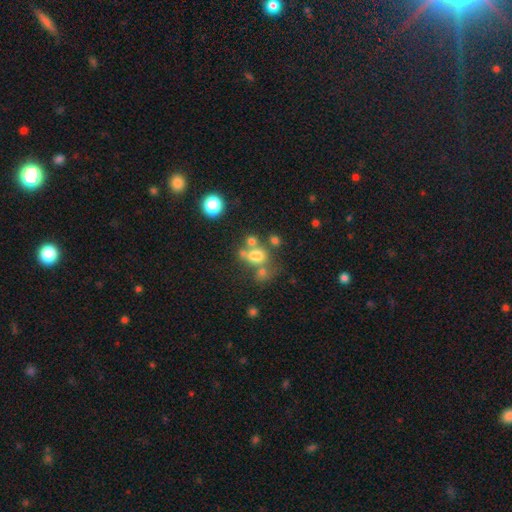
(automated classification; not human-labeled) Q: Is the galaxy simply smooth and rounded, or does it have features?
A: smooth — 65%.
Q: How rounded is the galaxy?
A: round — 52%.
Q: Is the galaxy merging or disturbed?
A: merger — 42%.